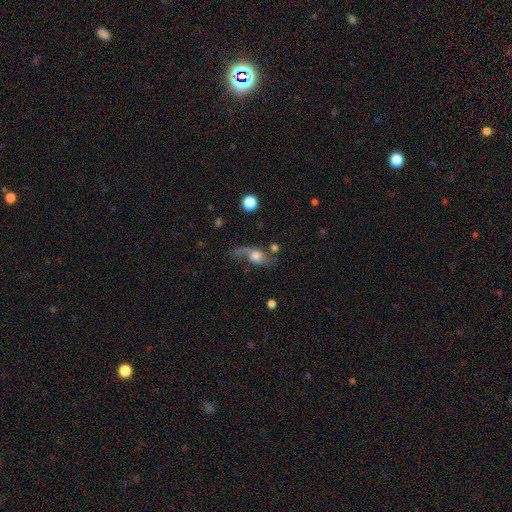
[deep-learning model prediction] The model was most divided on "smooth or featured" (2-way tie): featured or disk: 45%, smooth: 45%, star or artifact: 10%. Remaining: merging — none (36%).